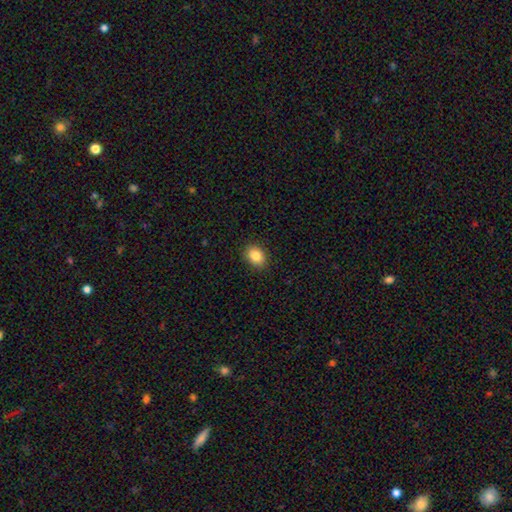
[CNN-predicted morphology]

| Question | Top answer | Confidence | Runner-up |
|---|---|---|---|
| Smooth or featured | smooth | 85% | star or artifact (9%) |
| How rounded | in between | 61% | round (39%) |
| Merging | none | 89% | minor disturbance (8%) |